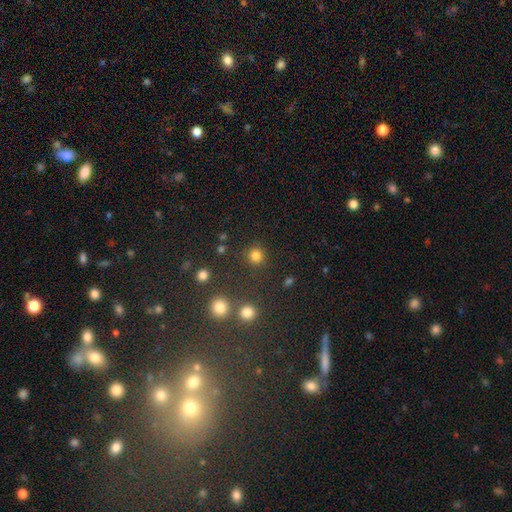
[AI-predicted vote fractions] Smooth or featured? Predicted: smooth (p=0.82). How rounded? Predicted: round (p=0.93). Merging? Predicted: none (p=0.87).